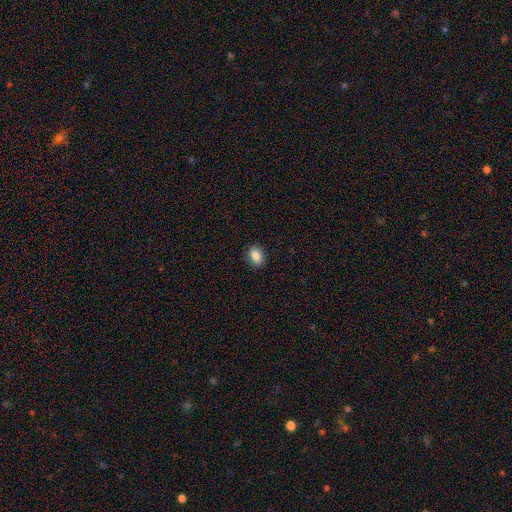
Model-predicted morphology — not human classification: smooth_or_featured: smooth (p=0.88) [alt: star or artifact p=0.08]
how_rounded: in between (p=0.75) [alt: round p=0.23]
merging: none (p=0.87) [alt: minor disturbance p=0.09]